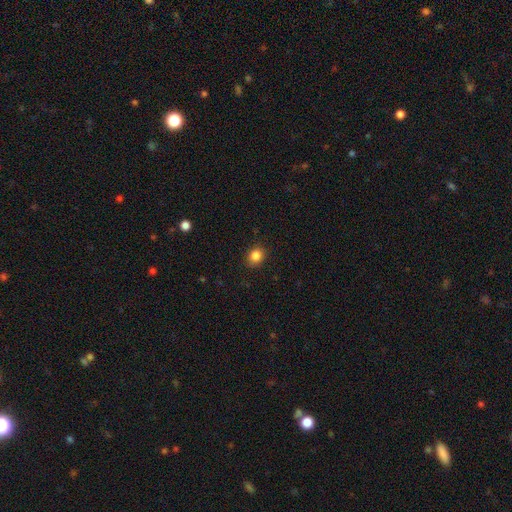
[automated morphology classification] smooth-or-featured: smooth: 85% | star or artifact: 11% | featured or disk: 4%
  how-rounded: round: 65% | in between: 34% | cigar-shaped: 1%
  merging: none: 88% | minor disturbance: 9% | major disturbance: 2% | merger: 1%